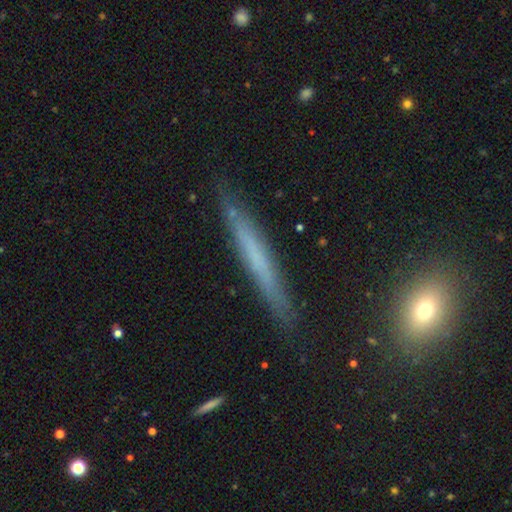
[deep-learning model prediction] Overall: featured or disk (50%; smooth 42%). Merging: none (86%).